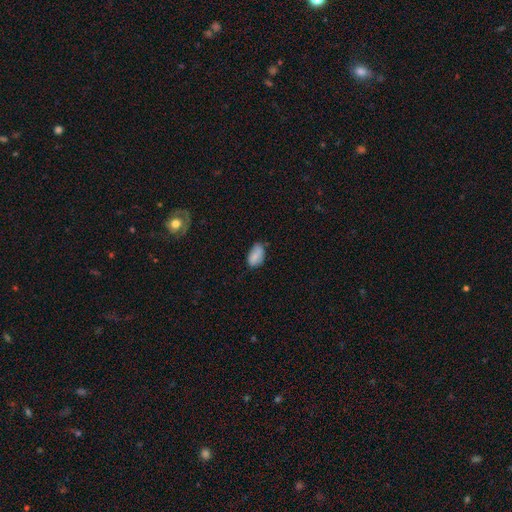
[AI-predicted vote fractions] Smooth or featured?
  - smooth: 82% *
  - featured or disk: 10%
  - star or artifact: 8%
How rounded?
  - in between: 92% *
  - round: 6%
  - cigar-shaped: 2%
Merging?
  - none: 60% *
  - minor disturbance: 32%
  - major disturbance: 6%
  - merger: 3%